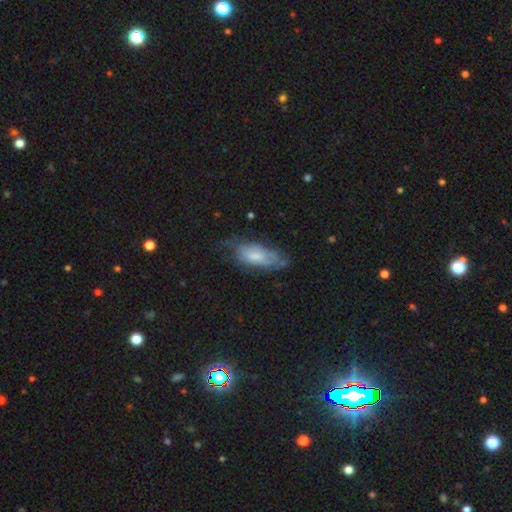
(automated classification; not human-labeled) Q: Smooth or featured?
A: smooth (47%); runner-up: featured or disk (45%)
Q: Merging?
A: none (48%); runner-up: minor disturbance (32%)